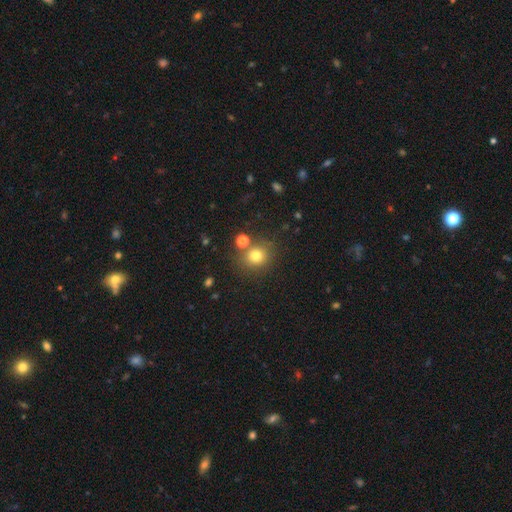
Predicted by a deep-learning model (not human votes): Q: Smooth or featured?
A: smooth (77%); runner-up: star or artifact (15%)
Q: How rounded?
A: round (82%); runner-up: in between (17%)
Q: Merging?
A: none (75%); runner-up: merger (11%)